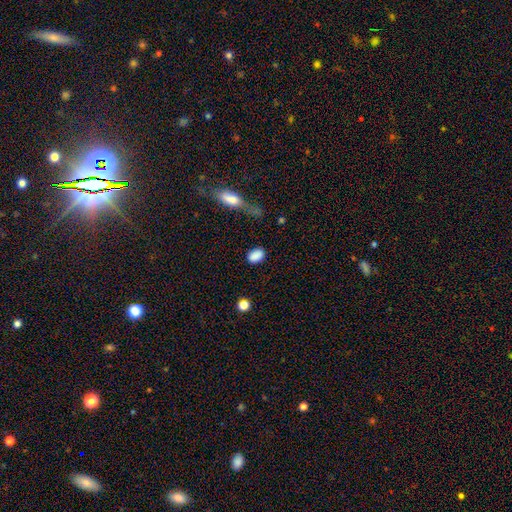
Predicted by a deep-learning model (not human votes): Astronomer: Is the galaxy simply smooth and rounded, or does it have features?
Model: smooth — 87%.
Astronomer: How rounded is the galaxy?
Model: in between — 82%.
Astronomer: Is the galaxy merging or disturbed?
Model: none — 80%.